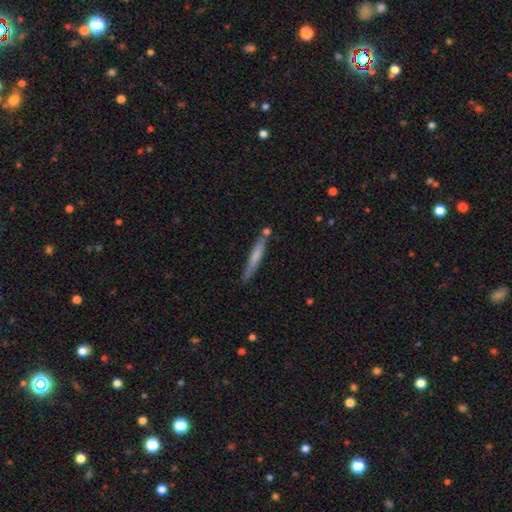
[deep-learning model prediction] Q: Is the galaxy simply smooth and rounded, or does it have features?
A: smooth — 61%.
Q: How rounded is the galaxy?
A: cigar-shaped — 95%.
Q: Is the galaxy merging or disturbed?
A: none — 75%.